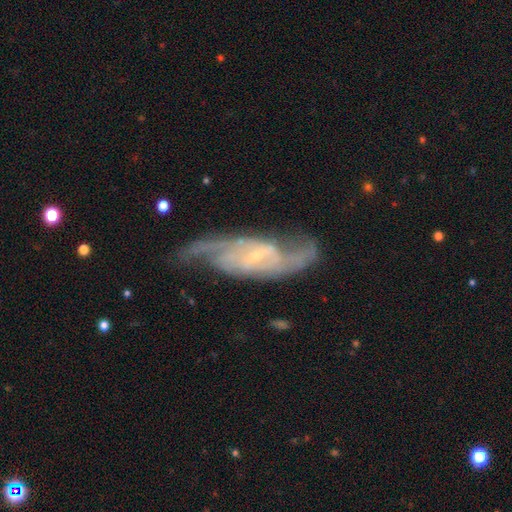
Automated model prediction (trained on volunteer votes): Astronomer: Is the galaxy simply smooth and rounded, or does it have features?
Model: featured or disk — 87%.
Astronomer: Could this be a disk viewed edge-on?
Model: no — 89%.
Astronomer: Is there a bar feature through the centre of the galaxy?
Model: weak — 46% (runner-up: no, 29%).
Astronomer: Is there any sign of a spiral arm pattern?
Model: yes — 96%.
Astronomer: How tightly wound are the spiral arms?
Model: medium — 48% (runner-up: loose, 26%).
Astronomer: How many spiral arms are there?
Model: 2 — 79%.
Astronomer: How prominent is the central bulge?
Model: small — 78%.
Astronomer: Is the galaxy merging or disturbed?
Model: none — 70%.